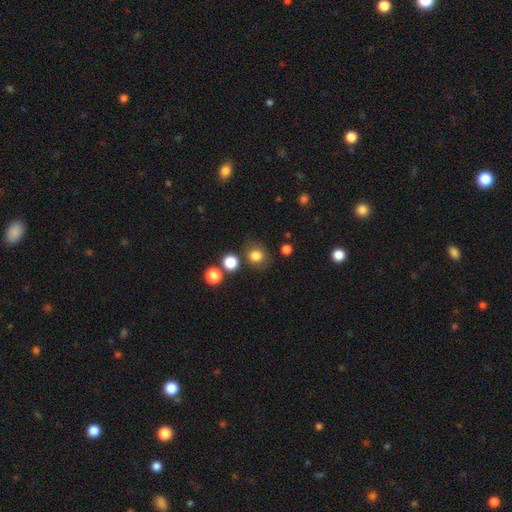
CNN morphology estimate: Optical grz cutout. It shows a smooth galaxy with no disk features (81%) that is round (83%). Merging: none (76%).